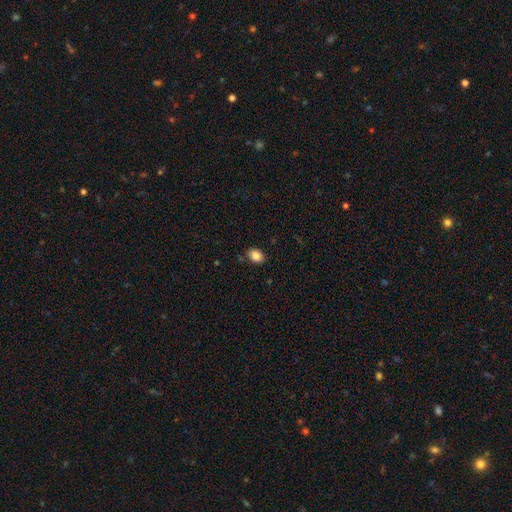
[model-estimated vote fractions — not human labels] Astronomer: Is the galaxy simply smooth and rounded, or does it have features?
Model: smooth — 86%.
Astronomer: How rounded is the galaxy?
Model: in between — 72%.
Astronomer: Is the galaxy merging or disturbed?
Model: none — 85%.